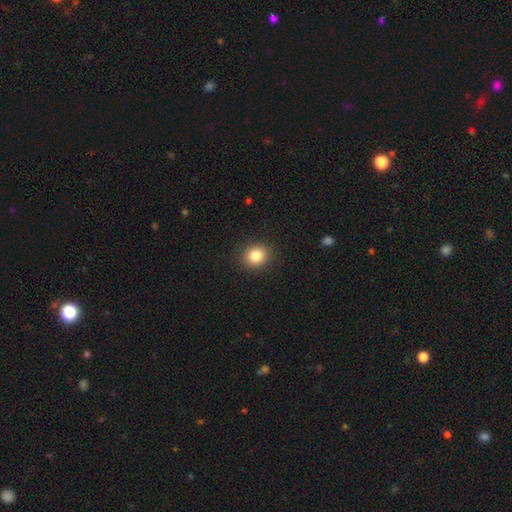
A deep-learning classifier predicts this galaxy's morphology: The model was most divided on "how rounded": round: 78%, in between: 22%, cigar-shaped: 1%. More confident: merging — none (91%); smooth or featured — smooth (84%).